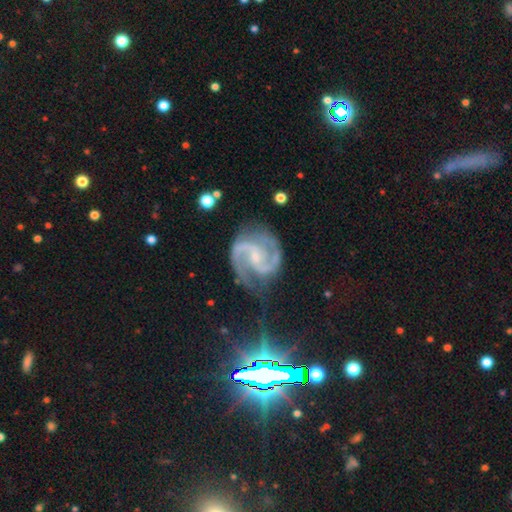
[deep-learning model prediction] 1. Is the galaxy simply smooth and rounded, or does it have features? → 91% featured or disk, 6% star or artifact, 3% smooth.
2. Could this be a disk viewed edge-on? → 98% no, 2% yes.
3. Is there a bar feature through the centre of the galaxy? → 42% no, 40% weak, 18% strong.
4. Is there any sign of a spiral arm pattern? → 99% yes, 1% no.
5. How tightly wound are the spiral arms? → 62% medium, 25% tight, 14% loose.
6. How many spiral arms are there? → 91% 2, 3% 3, 2% can't tell, 1% 1, 1% 4, 1% more than 4.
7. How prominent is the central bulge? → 71% small, 20% moderate, 7% none, 1% large, 1% dominant.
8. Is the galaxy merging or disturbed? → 74% none, 17% minor disturbance, 7% major disturbance, 2% merger.